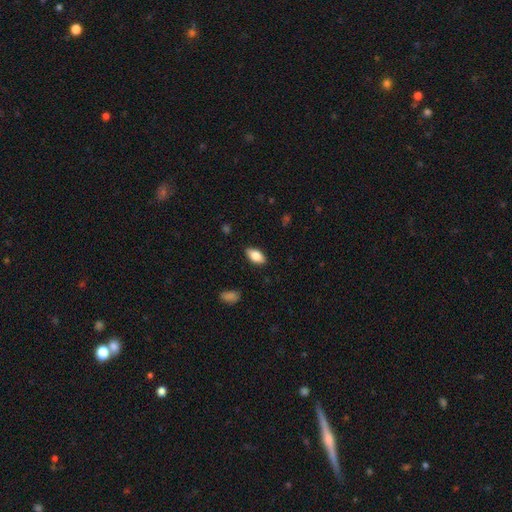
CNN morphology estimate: smooth_or_featured: smooth (p=0.83) [alt: featured or disk p=0.10]
how_rounded: in between (p=0.92) [alt: cigar-shaped p=0.04]
merging: none (p=0.86) [alt: minor disturbance p=0.11]